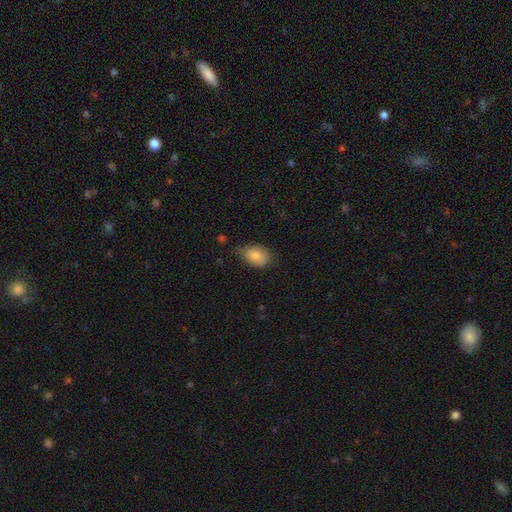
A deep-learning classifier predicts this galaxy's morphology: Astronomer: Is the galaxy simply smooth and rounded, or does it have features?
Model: smooth — 84%.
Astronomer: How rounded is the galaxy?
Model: in between — 77%.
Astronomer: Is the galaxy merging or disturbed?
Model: none — 55% (runner-up: minor disturbance, 35%).